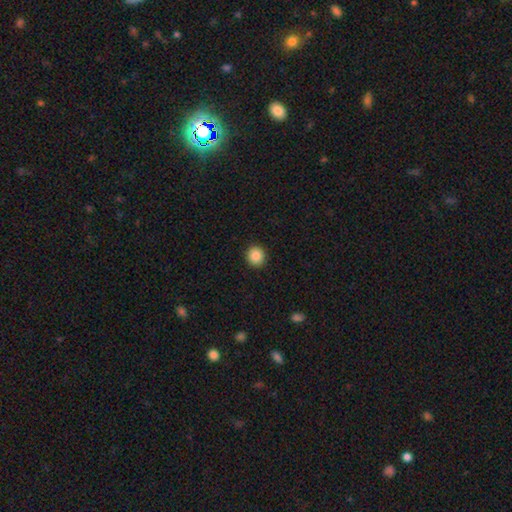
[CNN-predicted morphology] smooth-or-featured: smooth: 87% | star or artifact: 9% | featured or disk: 4%
  how-rounded: round: 89% | in between: 10% | cigar-shaped: 1%
  merging: none: 92% | minor disturbance: 5% | major disturbance: 2% | merger: 1%